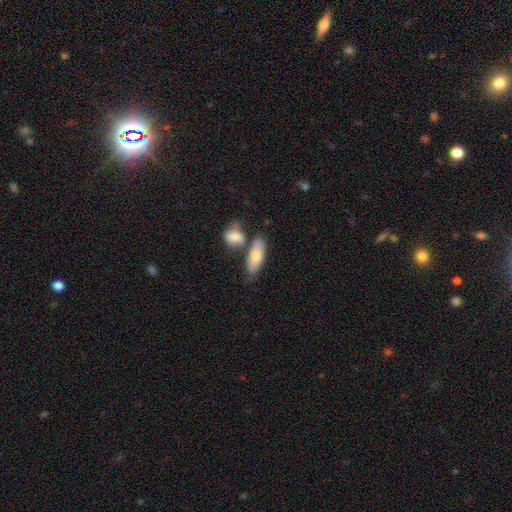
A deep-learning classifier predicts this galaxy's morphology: smooth 78%, featured or disk 16%, star or artifact 5%. Down the decision tree: how rounded — in between (74%); merging — none (54%).